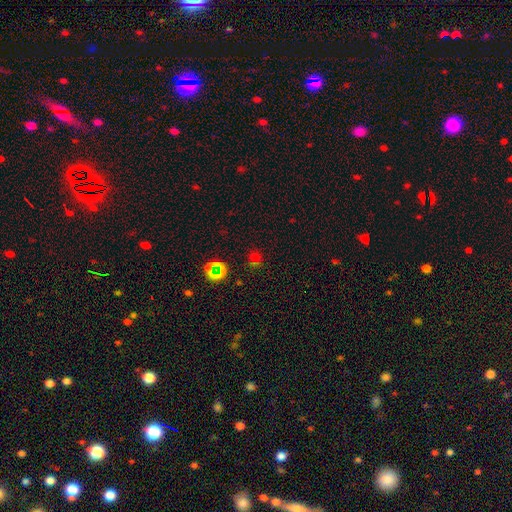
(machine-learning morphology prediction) type=star or artifact (49%).